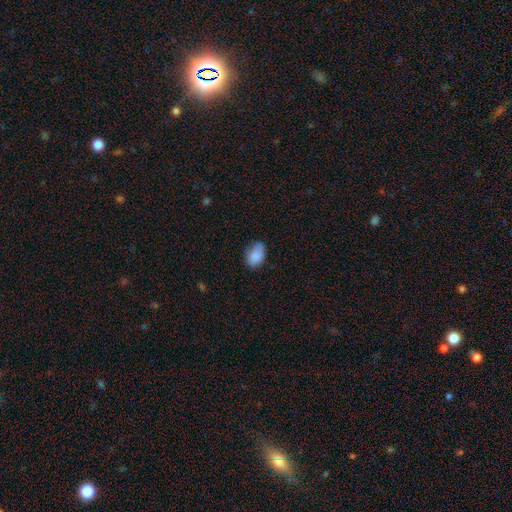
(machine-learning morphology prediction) Smooth or featured? Predicted: smooth (p=0.87). How rounded? Predicted: in between (p=0.82). Merging? Predicted: none (p=0.67).